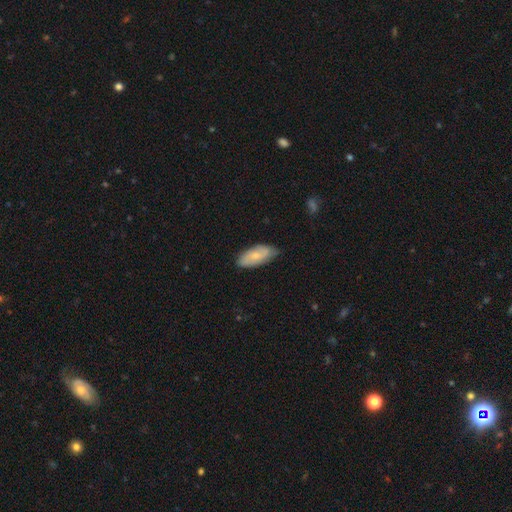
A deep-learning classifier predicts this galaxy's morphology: type=smooth (65%); roundness=in between (88%); merging=none (75%).